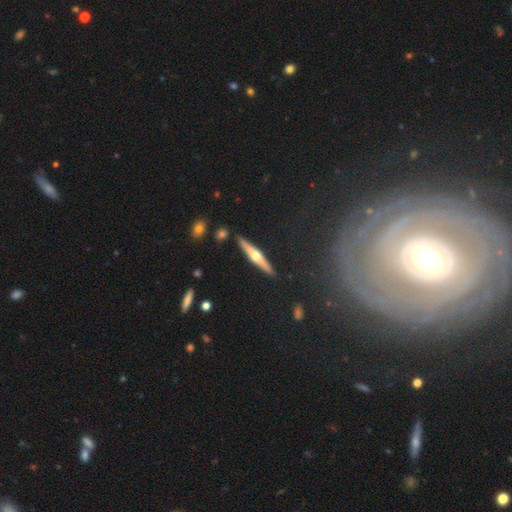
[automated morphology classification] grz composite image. It shows a featured or disk galaxy (63%) viewed edge-on (96%) with a rounded central bulge (89%). Merging: none (89%).